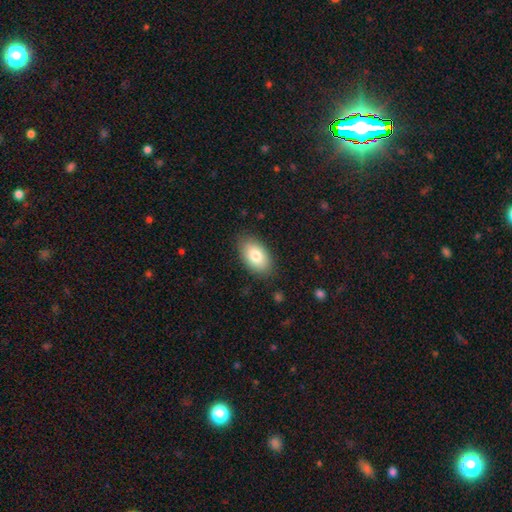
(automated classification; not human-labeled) Smooth or featured: smooth — 80% (featured or disk — 13%)
How rounded: in between — 92% (round — 6%)
Merging: none — 85% (minor disturbance — 11%)